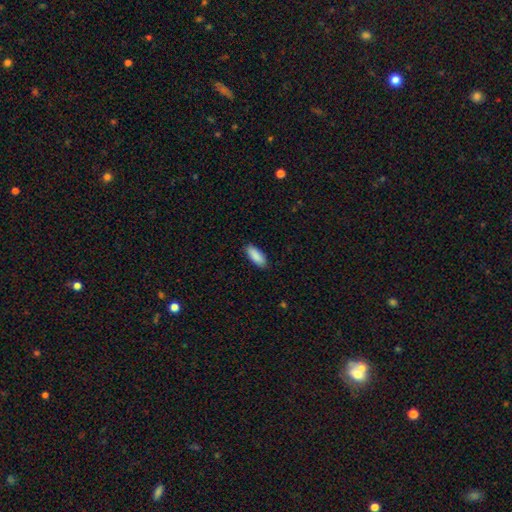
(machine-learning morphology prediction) Smooth or featured? Predicted: smooth (p=0.90). How rounded? Predicted: in between (p=0.80). Merging? Predicted: none (p=0.88).